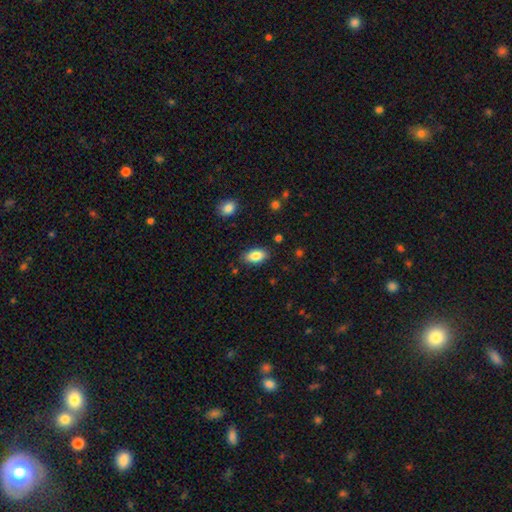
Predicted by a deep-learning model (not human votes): smooth_or_featured: smooth (p=0.86) [alt: star or artifact p=0.07]
how_rounded: in between (p=0.92) [alt: round p=0.04]
merging: none (p=0.85) [alt: minor disturbance p=0.11]